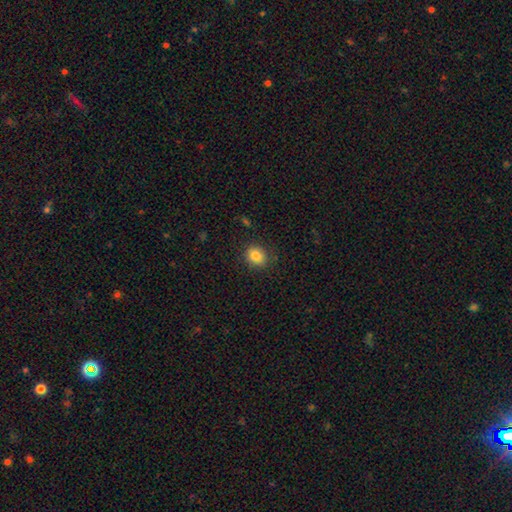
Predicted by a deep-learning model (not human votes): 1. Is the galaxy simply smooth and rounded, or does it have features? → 83% smooth, 10% star or artifact, 7% featured or disk.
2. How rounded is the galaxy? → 66% round, 33% in between, 1% cigar-shaped.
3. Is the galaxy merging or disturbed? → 88% none, 9% minor disturbance, 3% major disturbance, 1% merger.